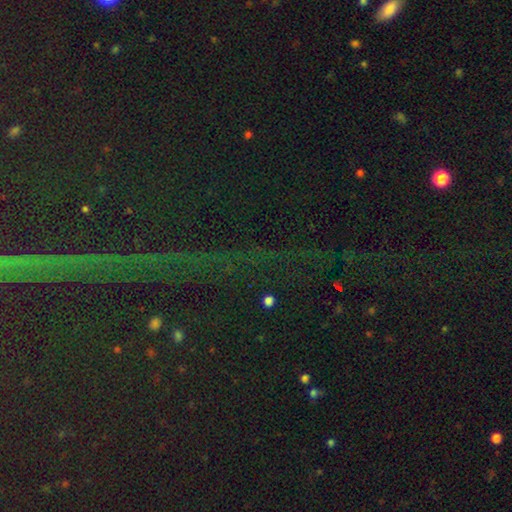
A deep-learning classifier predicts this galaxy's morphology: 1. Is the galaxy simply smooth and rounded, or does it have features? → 88% star or artifact, 6% featured or disk, 6% smooth.